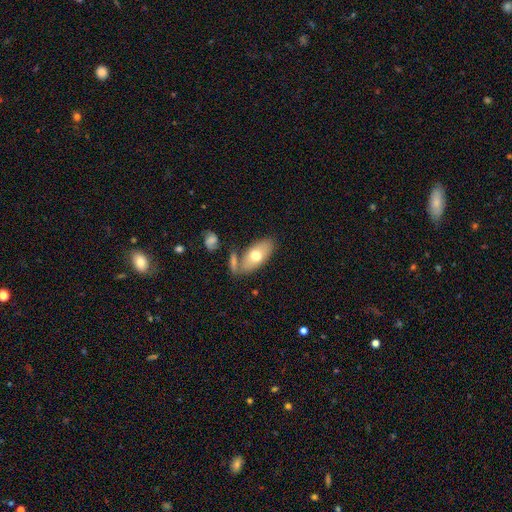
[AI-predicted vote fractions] smooth 67%, featured or disk 27%, star or artifact 6%. Down the decision tree: how rounded — in between (90%); merging — none (67%).